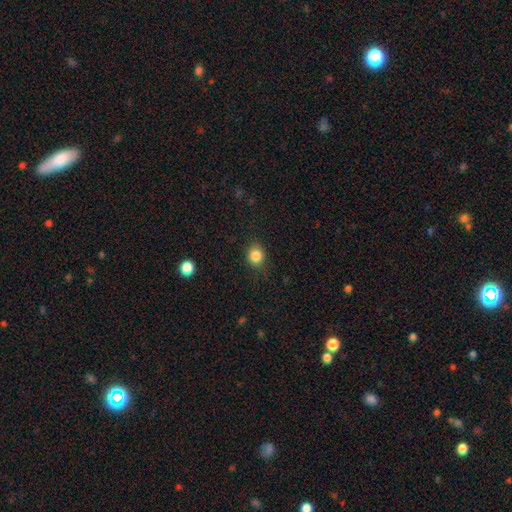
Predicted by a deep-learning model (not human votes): This is clearly a smooth galaxy (85%). How rounded: likely round (79%). Merging: clearly none (83%).